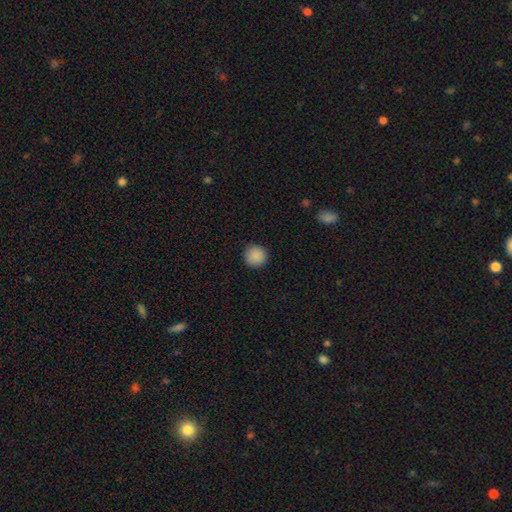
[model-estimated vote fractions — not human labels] Smooth or featured? Predicted: smooth (p=0.89). How rounded? Predicted: round (p=0.95). Merging? Predicted: none (p=0.91).